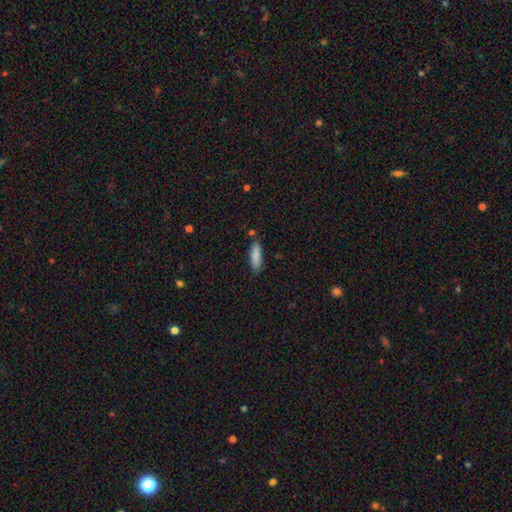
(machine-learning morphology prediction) This appears to be a smooth galaxy with no disk features (86%) that is cigar-shaped (59%). Merging: none (81%).